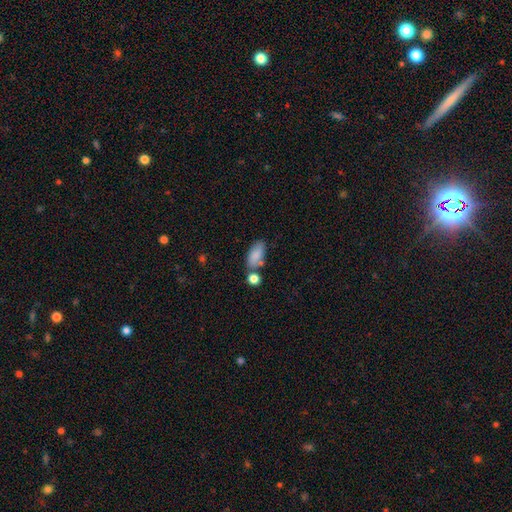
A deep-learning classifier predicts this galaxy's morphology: Smooth or featured?
  - smooth: 84% *
  - featured or disk: 8%
  - star or artifact: 7%
How rounded?
  - in between: 90% *
  - cigar-shaped: 6%
  - round: 4%
Merging?
  - none: 61% *
  - minor disturbance: 17%
  - merger: 17%
  - major disturbance: 5%